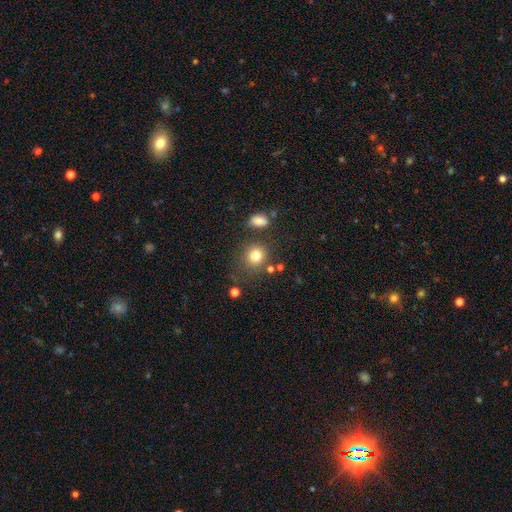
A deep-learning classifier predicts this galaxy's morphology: Overall: smooth (79%). How rounded: round (84%). Merging: none (76%).